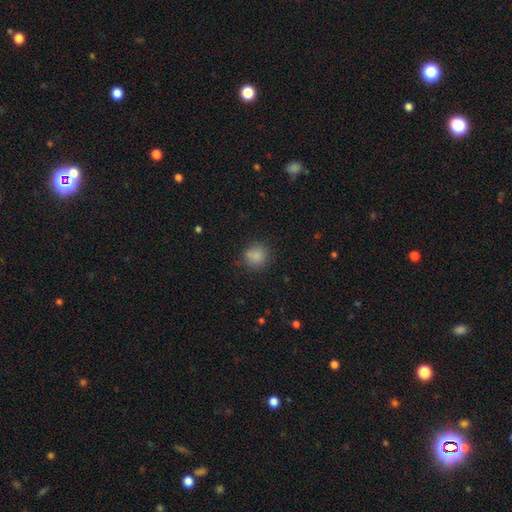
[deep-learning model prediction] The model was most divided on "merging": none: 80%, minor disturbance: 14%, major disturbance: 4%, merger: 2%. More confident: how rounded — round (86%); smooth or featured — smooth (85%).